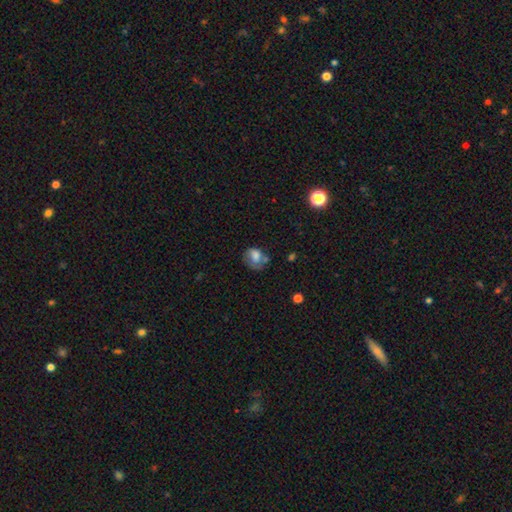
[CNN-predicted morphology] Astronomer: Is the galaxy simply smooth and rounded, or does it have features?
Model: smooth — 65%.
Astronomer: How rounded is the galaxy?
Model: in between — 51% (runner-up: round, 48%).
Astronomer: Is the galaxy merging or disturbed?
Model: none — 37% (runner-up: minor disturbance, 29%).